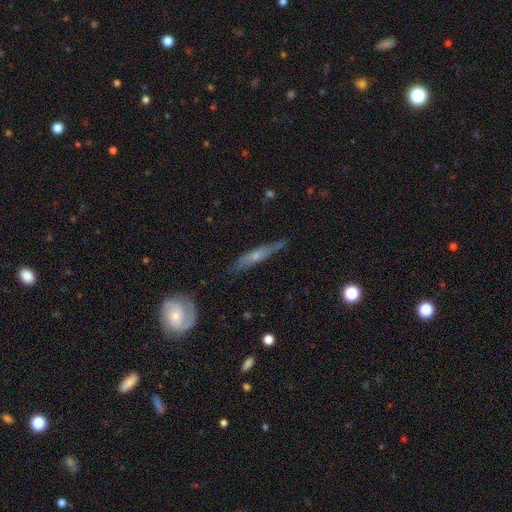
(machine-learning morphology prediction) A featured or disk galaxy (49%). Merging: none (70%).